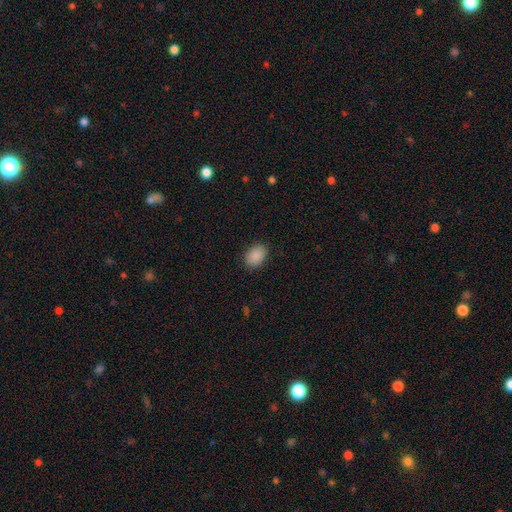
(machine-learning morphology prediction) smooth 89%, star or artifact 8%, featured or disk 3%. Down the decision tree: how rounded — in between (79%); merging — none (87%).